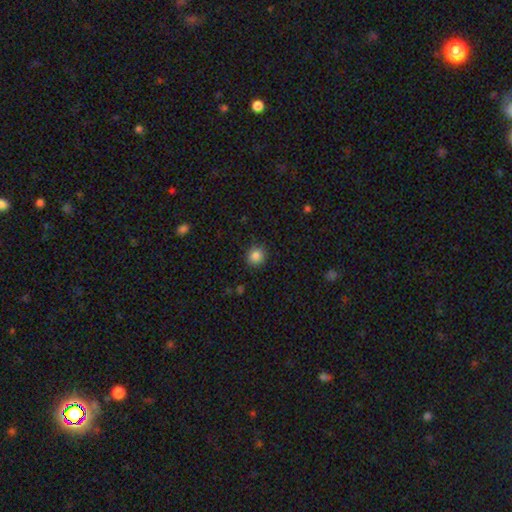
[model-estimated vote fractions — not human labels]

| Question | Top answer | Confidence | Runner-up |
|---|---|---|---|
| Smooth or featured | smooth | 85% | star or artifact (10%) |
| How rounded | round | 88% | in between (11%) |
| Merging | none | 89% | minor disturbance (8%) |